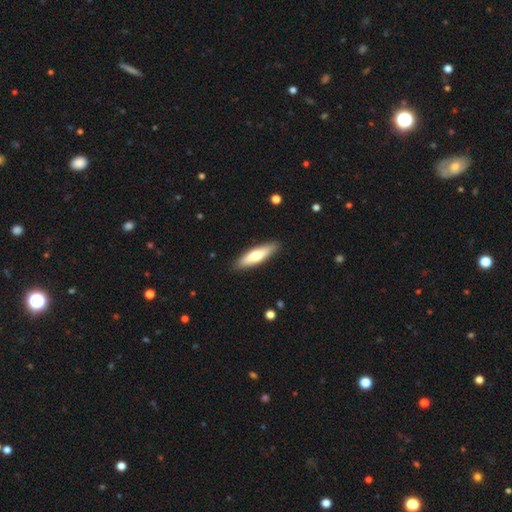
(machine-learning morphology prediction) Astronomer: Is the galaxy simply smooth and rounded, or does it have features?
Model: smooth — 63%.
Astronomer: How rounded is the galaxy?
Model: cigar-shaped — 64%.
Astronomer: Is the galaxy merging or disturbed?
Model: none — 89%.